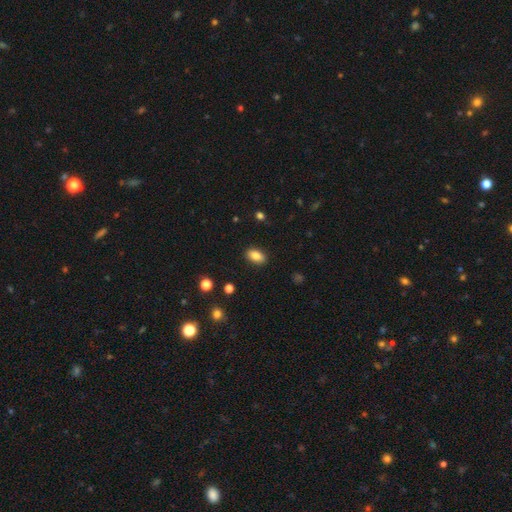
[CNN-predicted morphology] This is clearly a smooth galaxy (85%). How rounded: clearly in between (90%). Merging: clearly none (89%).